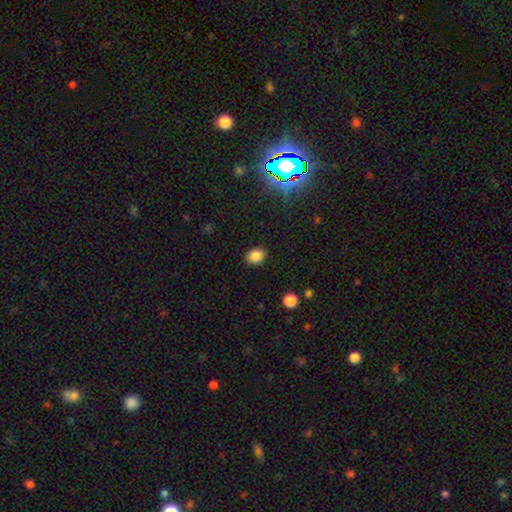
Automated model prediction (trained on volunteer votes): A smooth galaxy with no disk features (84%) that is in between round and cigar-shaped (56%).

Vote fractions:
- Smooth or featured? smooth: 84% / star or artifact: 11% / featured or disk: 5%
- How rounded? in between: 56% / round: 43% / cigar-shaped: 1%
- Merging? none: 88% / minor disturbance: 9% / major disturbance: 2% / merger: 1%